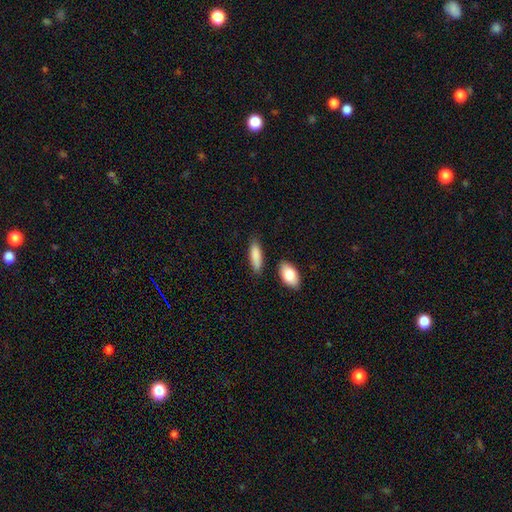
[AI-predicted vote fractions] Q: Smooth or featured?
A: smooth (86%); runner-up: featured or disk (8%)
Q: How rounded?
A: in between (54%); runner-up: cigar-shaped (43%)
Q: Merging?
A: none (79%); runner-up: minor disturbance (13%)